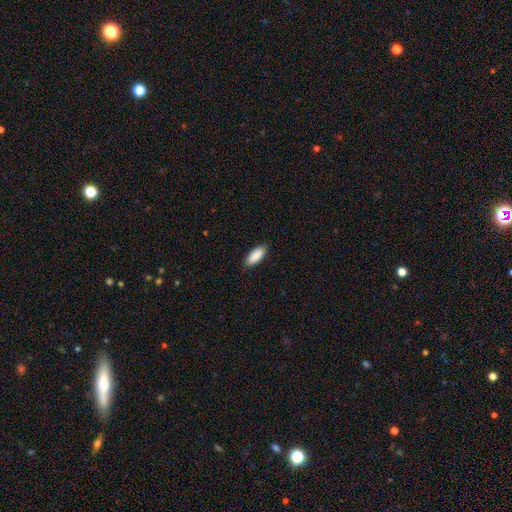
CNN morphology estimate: A smooth galaxy with no disk features (90%) that is in between round and cigar-shaped (82%). Merging: none (86%).